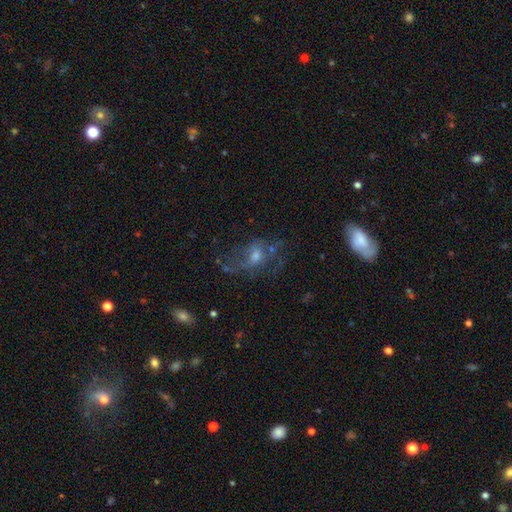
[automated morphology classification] Smooth or featured? Predicted: featured or disk (p=0.58). Edge-on disk? Predicted: no (p=0.95). Bar? Predicted: no (p=0.65). Spiral arms? Predicted: yes (p=0.62). Bulge size? Predicted: moderate (p=0.47). Merging? Predicted: none (p=0.45).